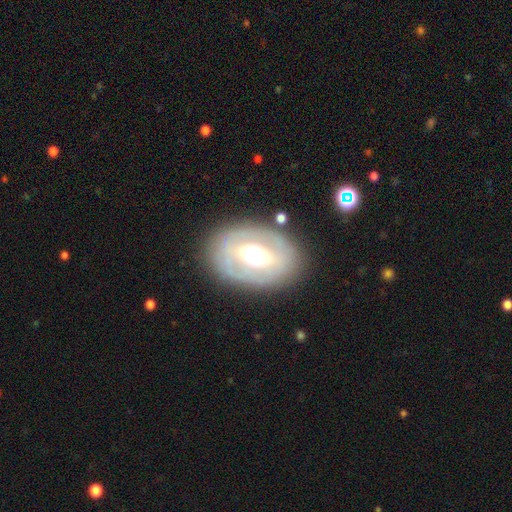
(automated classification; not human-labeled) This is likely a featured or disk galaxy (60%). It is clearly not viewed edge-on (92%). Bar: marginally no (43%). Spiral arm pattern: likely no (73%). Central bulge: possibly moderate (50%). Merging: likely none (78%).